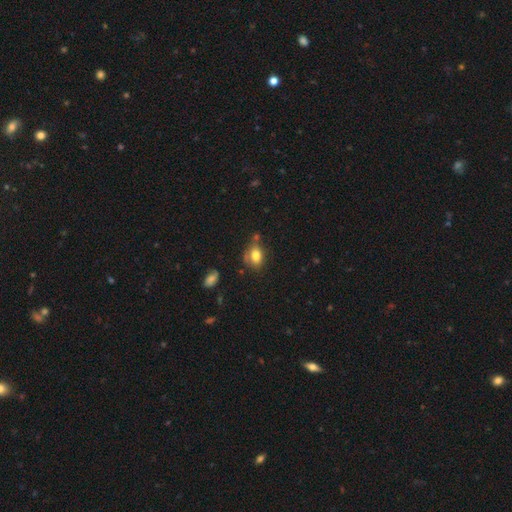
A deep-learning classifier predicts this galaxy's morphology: A smooth galaxy with no disk features (78%) that is in between round and cigar-shaped (69%). Merging: none (54%).